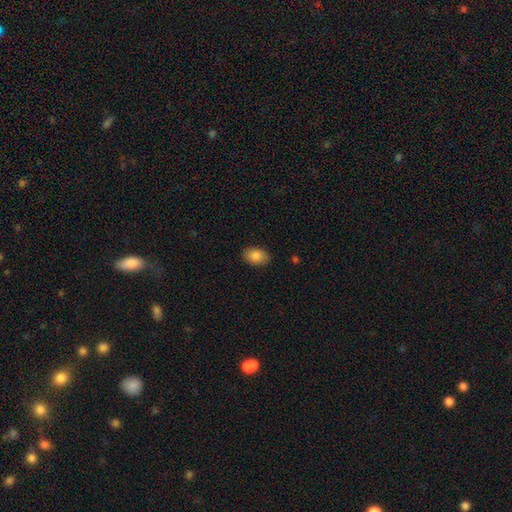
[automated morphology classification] A smooth galaxy with no disk features (86%) that is in between round and cigar-shaped (87%).

Vote fractions:
- Smooth or featured? smooth: 86% / star or artifact: 7% / featured or disk: 6%
- How rounded? in between: 87% / round: 12% / cigar-shaped: 1%
- Merging? none: 86% / minor disturbance: 10% / major disturbance: 2% / merger: 1%